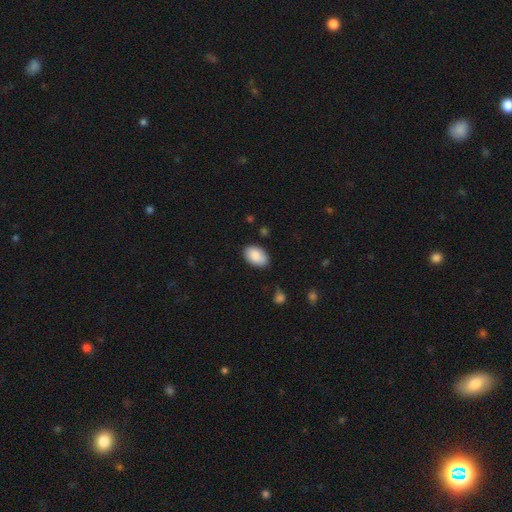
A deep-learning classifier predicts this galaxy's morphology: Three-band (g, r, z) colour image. It shows a smooth galaxy with no disk features (89%) that is in between round and cigar-shaped (91%). Merging: none (82%).